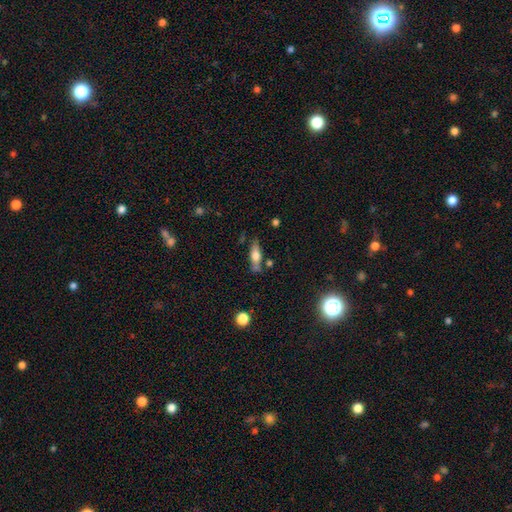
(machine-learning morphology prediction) smooth 58%, featured or disk 34%, star or artifact 8%. Down the decision tree: how rounded — in between (50%); merging — none (71%).